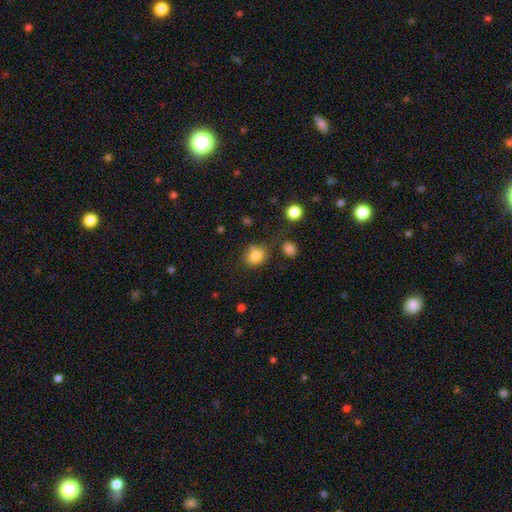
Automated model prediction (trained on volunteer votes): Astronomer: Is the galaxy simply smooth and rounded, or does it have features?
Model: smooth — 82%.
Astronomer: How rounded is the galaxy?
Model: round — 65%.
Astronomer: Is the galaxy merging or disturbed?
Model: none — 65%.